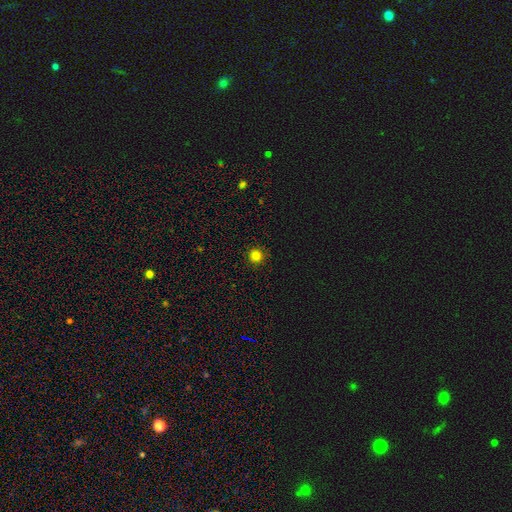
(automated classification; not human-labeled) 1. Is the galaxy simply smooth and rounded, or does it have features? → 82% smooth, 14% star or artifact, 4% featured or disk.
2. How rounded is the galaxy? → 96% round, 3% in between, 1% cigar-shaped.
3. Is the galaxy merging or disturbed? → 92% none, 5% minor disturbance, 2% major disturbance, 1% merger.